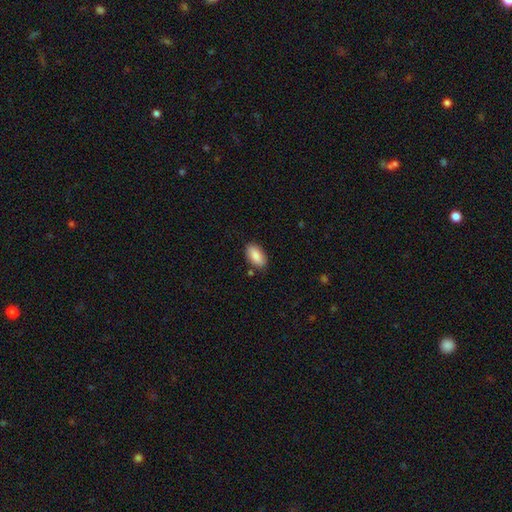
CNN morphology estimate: smooth_or_featured: smooth (p=0.88) [alt: star or artifact p=0.06]
how_rounded: in between (p=0.94) [alt: round p=0.03]
merging: none (p=0.84) [alt: minor disturbance p=0.11]